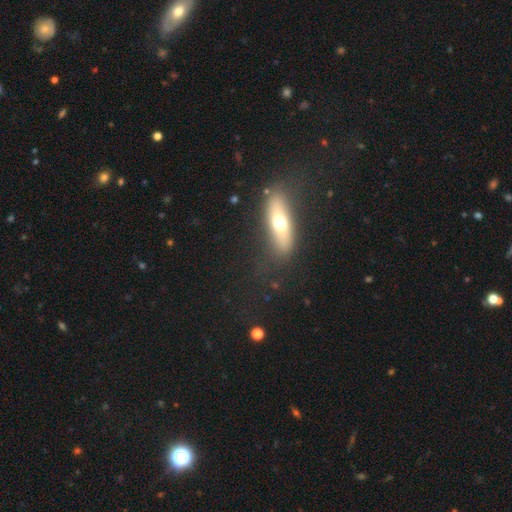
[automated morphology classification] This is possibly a featured or disk galaxy (50%). Merging: likely none (65%).